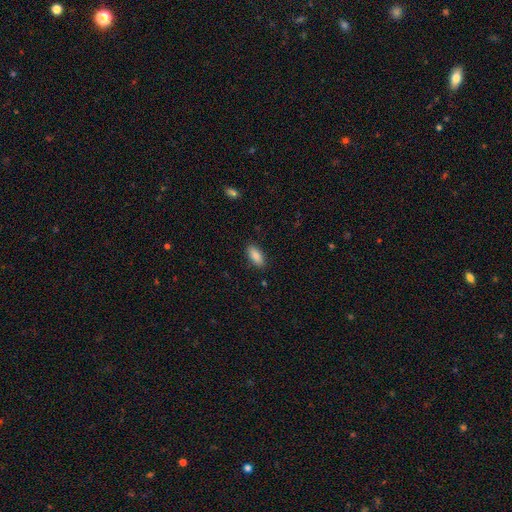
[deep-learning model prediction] Smooth or featured? smooth (88%)
How rounded? in between (85%)
Merging? none (87%)